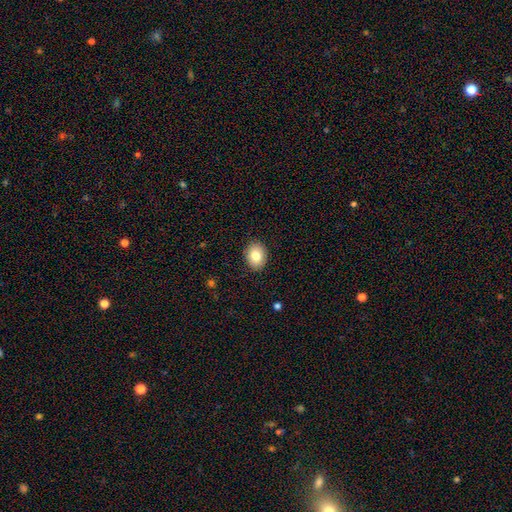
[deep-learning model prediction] smooth_or_featured: smooth (p=0.82) [alt: featured or disk p=0.10]
how_rounded: in between (p=0.58) [alt: round p=0.41]
merging: none (p=0.89) [alt: minor disturbance p=0.08]